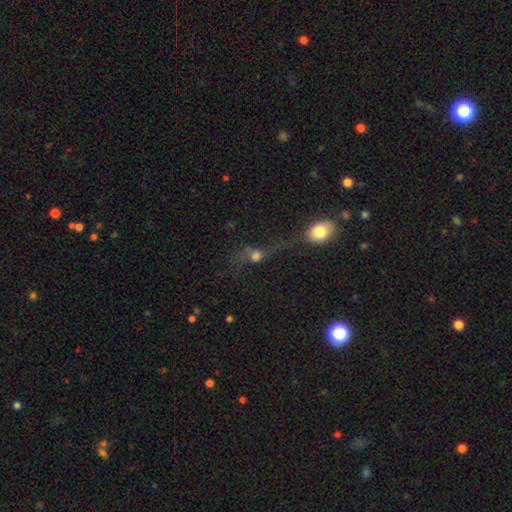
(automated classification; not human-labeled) Overall: smooth (43%; featured or disk 34%). Merging: none (33%; merger 28%).